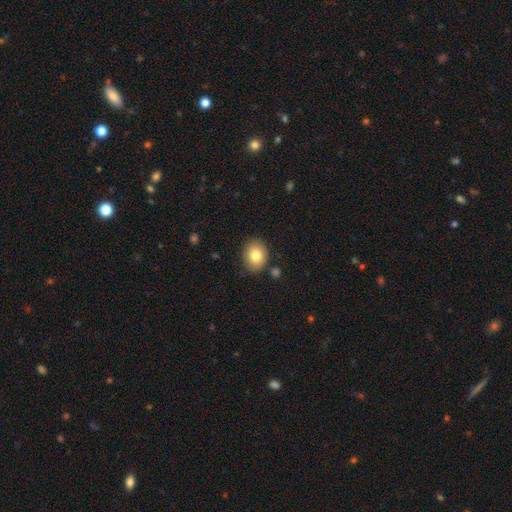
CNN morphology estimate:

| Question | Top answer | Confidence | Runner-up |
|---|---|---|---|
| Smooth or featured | smooth | 81% | featured or disk (10%) |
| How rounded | round | 51% | in between (48%) |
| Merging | none | 84% | minor disturbance (10%) |